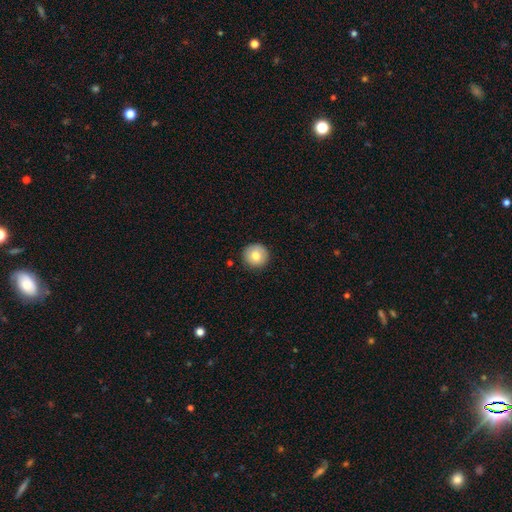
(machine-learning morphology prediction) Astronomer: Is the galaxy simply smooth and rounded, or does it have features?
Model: smooth — 78%.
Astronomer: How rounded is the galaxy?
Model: round — 96%.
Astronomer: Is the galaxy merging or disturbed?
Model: none — 90%.